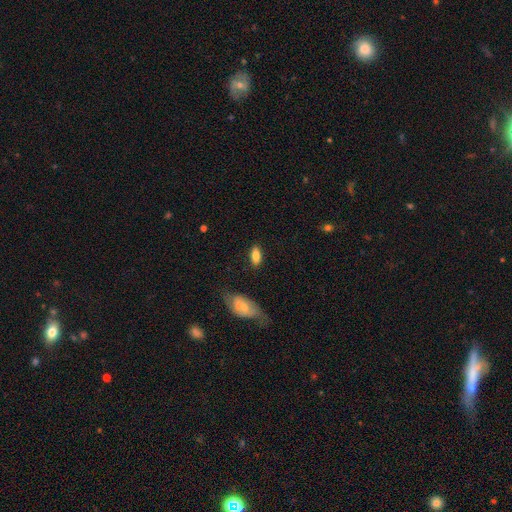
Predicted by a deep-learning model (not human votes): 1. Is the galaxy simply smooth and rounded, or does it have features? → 83% smooth, 10% featured or disk, 7% star or artifact.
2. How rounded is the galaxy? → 87% in between, 10% cigar-shaped, 3% round.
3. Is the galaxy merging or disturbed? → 82% none, 12% minor disturbance, 3% major disturbance, 3% merger.